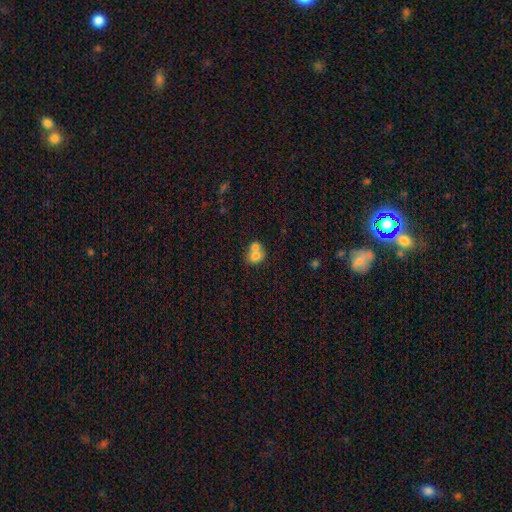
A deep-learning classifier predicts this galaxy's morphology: The model was most divided on "how rounded": round: 55%, in between: 44%, cigar-shaped: 1%. More confident: smooth or featured — smooth (74%); merging — merger (63%).